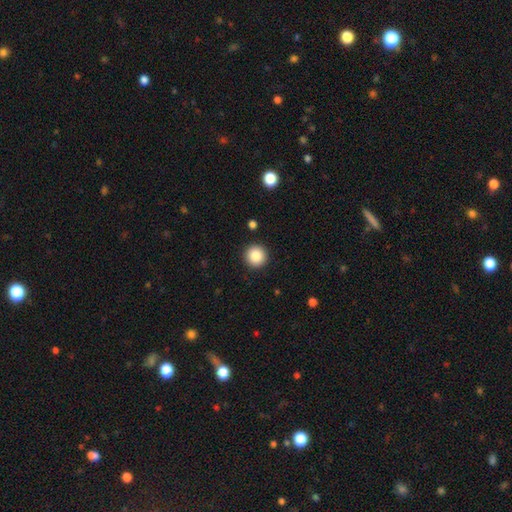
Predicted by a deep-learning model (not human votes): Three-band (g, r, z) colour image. It shows a smooth galaxy with no disk features (86%) that is round (96%). Merging: none (92%).